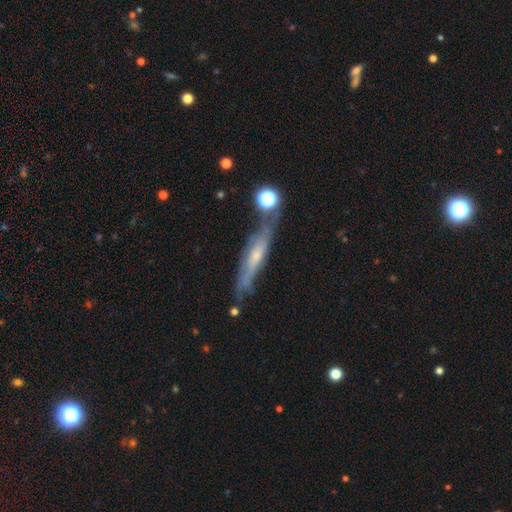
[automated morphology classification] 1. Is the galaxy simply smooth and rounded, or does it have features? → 64% featured or disk, 27% smooth, 9% star or artifact.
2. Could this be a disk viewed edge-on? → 68% yes, 32% no.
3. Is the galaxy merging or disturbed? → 61% none, 22% minor disturbance, 9% merger, 8% major disturbance.